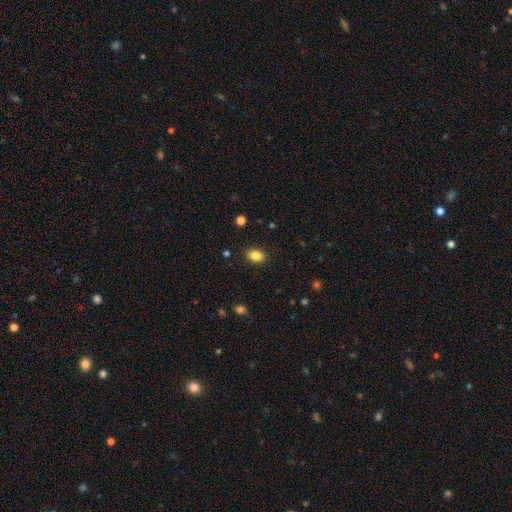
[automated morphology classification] A smooth galaxy with no disk features (85%) that is in between round and cigar-shaped (78%).

Vote fractions:
- Smooth or featured? smooth: 85% / star or artifact: 9% / featured or disk: 5%
- How rounded? in between: 78% / round: 20% / cigar-shaped: 1%
- Merging? none: 88% / minor disturbance: 9% / major disturbance: 2% / merger: 1%